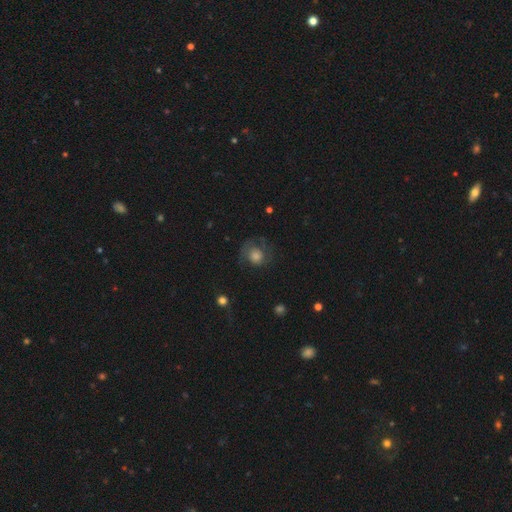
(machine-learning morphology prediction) Smooth or featured: featured or disk — 44% (smooth — 42%)
Merging: none — 61% (major disturbance — 19%)